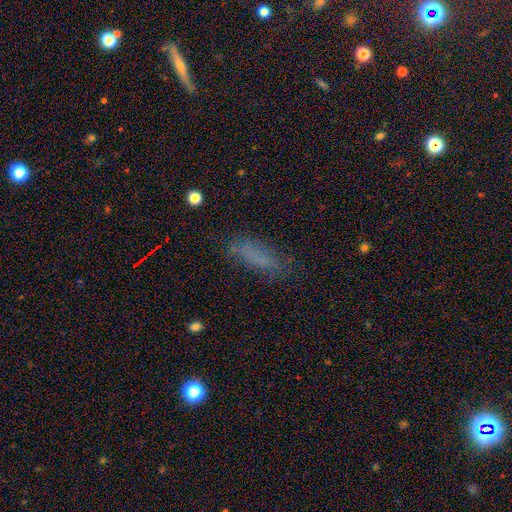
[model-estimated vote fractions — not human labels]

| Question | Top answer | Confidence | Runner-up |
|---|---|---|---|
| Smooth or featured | smooth | 64% | star or artifact (18%) |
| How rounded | in between | 51% | cigar-shaped (46%) |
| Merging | none | 66% | minor disturbance (21%) |